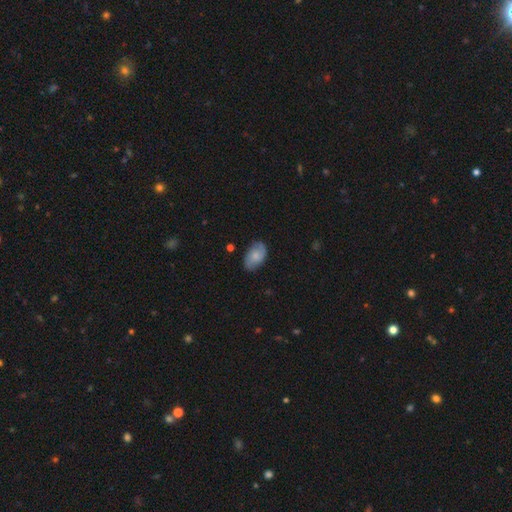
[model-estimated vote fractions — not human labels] Smooth or featured? smooth (68%)
How rounded? in between (92%)
Merging? none (75%)